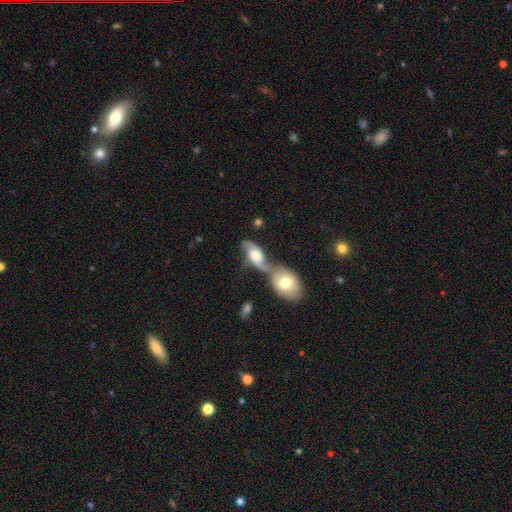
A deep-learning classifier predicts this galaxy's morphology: A featured or disk galaxy (66%) with no bar (62%), 2 (88%) loose (53%) spiral arms (88%) and a moderate central bulge (43%). Merging: merger (61%).